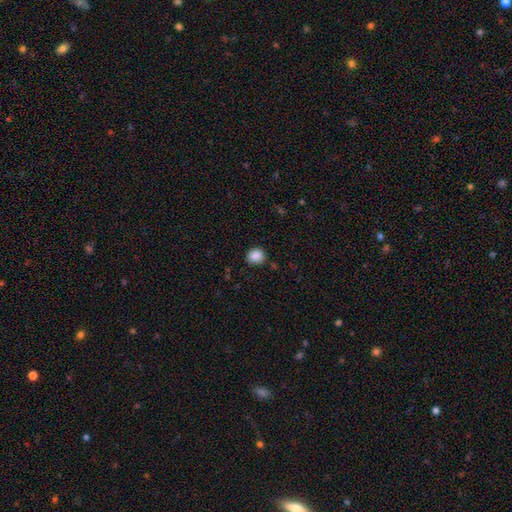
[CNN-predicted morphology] Smooth or featured?
  - smooth: 88% *
  - star or artifact: 9%
  - featured or disk: 3%
How rounded?
  - round: 73% *
  - in between: 26%
  - cigar-shaped: 1%
Merging?
  - none: 84% *
  - minor disturbance: 11%
  - major disturbance: 3%
  - merger: 2%